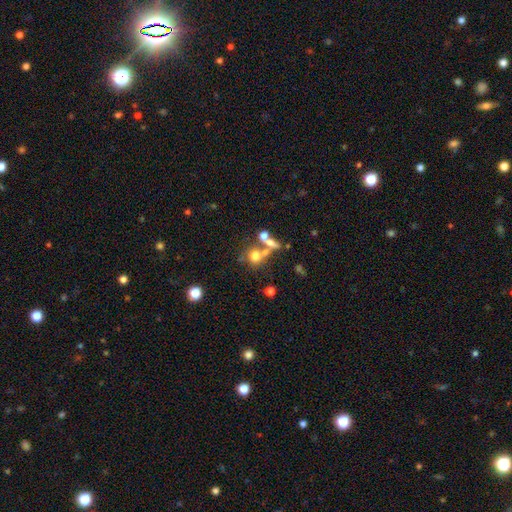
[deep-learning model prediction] A smooth galaxy with no disk features (63%) that is round (78%). Merging: none (44%).